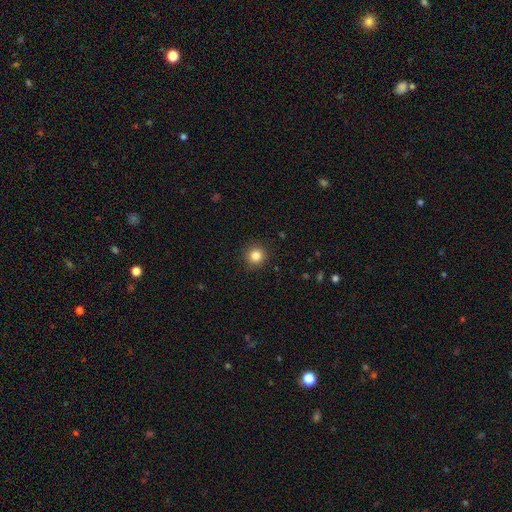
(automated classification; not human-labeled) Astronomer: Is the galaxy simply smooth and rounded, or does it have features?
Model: smooth — 83%.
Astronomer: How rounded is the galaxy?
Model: round — 94%.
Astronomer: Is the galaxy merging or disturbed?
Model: none — 91%.